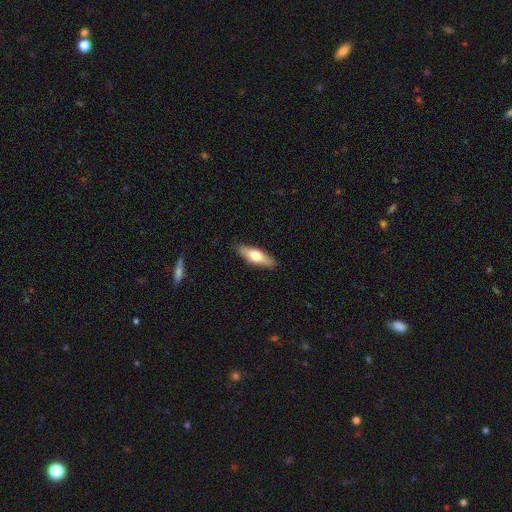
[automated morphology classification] type=smooth (57%); roundness=cigar-shaped (49%); merging=none (88%).